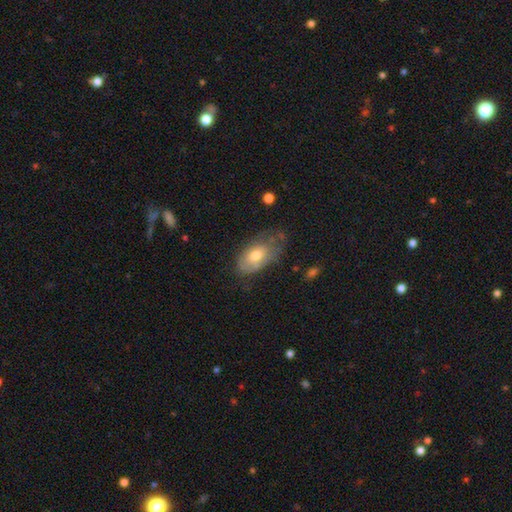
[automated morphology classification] Smooth or featured? Predicted: smooth (p=0.63). How rounded? Predicted: in between (p=0.92). Merging? Predicted: none (p=0.41).